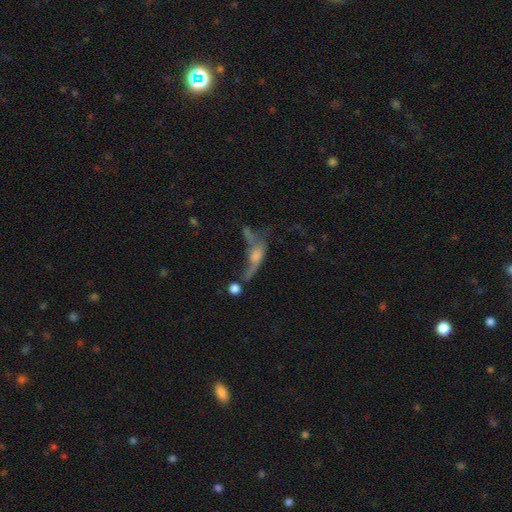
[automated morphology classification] smooth-or-featured: featured or disk: 54% | smooth: 30% | star or artifact: 16%
  disk-edge-on: no: 65% | yes: 35%
  merging: major disturbance: 37% | none: 25% | merger: 23% | minor disturbance: 15%